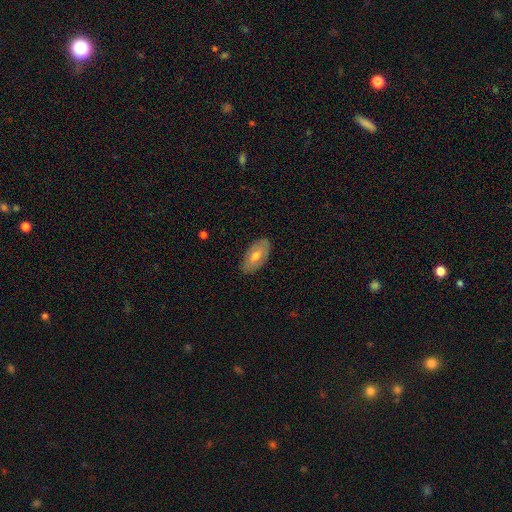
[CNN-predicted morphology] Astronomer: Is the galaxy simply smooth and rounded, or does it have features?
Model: smooth — 62%.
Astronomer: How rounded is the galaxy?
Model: in between — 93%.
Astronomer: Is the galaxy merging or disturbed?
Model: none — 85%.